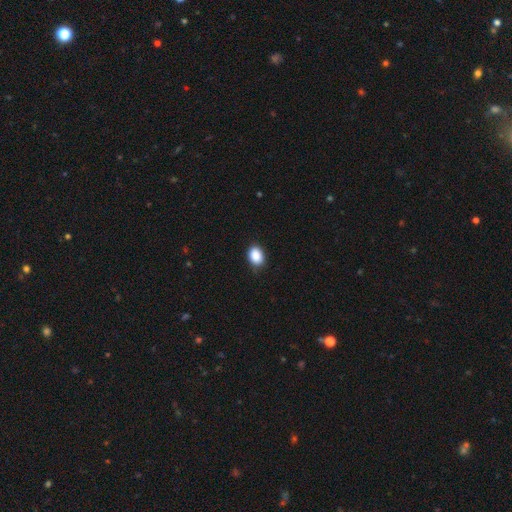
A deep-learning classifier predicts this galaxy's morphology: Smooth or featured: smooth — 89% (star or artifact — 8%)
How rounded: in between — 72% (round — 27%)
Merging: none — 85% (minor disturbance — 12%)